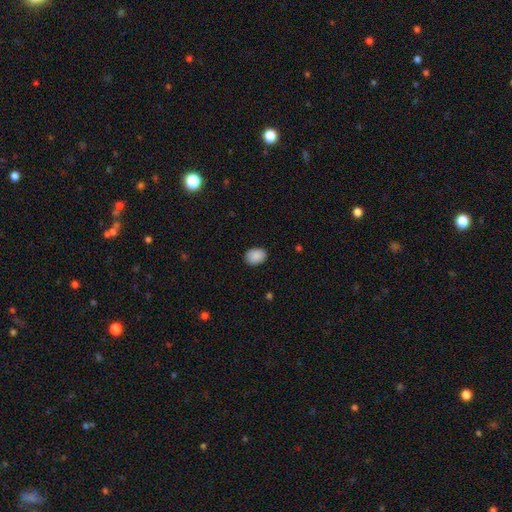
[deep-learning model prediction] smooth_or_featured: smooth (p=0.90) [alt: star or artifact p=0.07]
how_rounded: in between (p=0.73) [alt: round p=0.26]
merging: none (p=0.87) [alt: minor disturbance p=0.10]